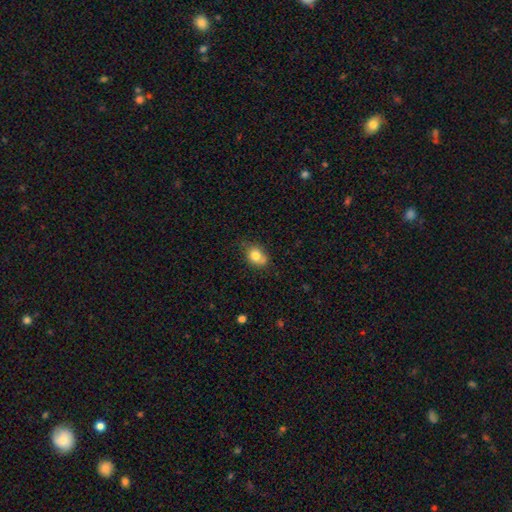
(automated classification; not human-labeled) smooth-or-featured: smooth: 79% | featured or disk: 12% | star or artifact: 9%
  how-rounded: in between: 58% | round: 41% | cigar-shaped: 1%
  merging: none: 53% | minor disturbance: 31% | major disturbance: 8% | merger: 7%